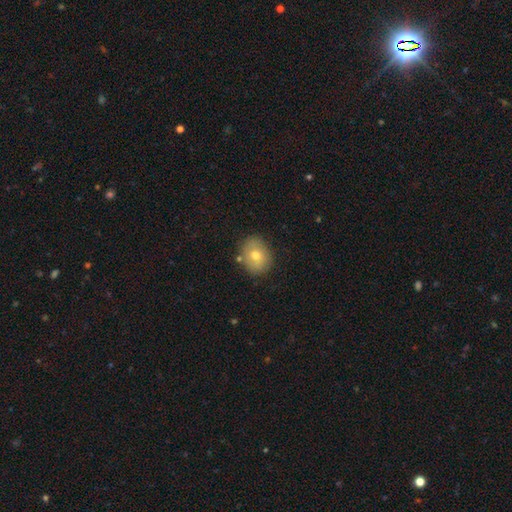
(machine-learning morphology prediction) This is likely a smooth galaxy (70%). How rounded: likely round (60%). Merging: clearly none (82%).